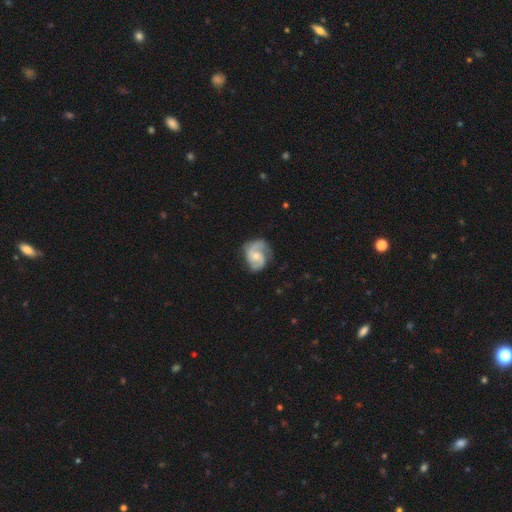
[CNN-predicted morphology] Smooth or featured? featured or disk (82%)
Edge-on disk? no (98%)
Bar? no (61%)
Spiral arms? yes (96%)
Spiral winding? medium (49%)
Spiral arm count? 2 (76%)
Bulge size? small (49%)
Merging? none (64%)